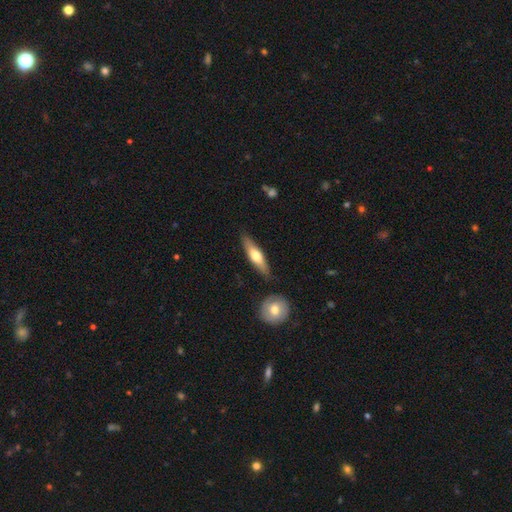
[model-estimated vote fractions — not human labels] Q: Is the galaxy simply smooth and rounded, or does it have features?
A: smooth — 51%.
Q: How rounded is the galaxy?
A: cigar-shaped — 71%.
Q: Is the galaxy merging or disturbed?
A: none — 83%.